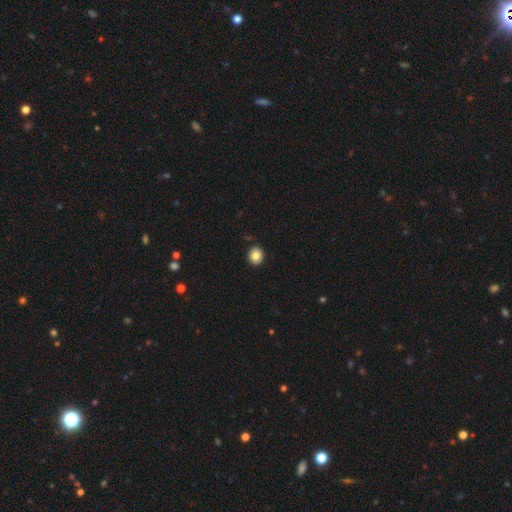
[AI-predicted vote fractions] smooth 83%, star or artifact 9%, featured or disk 8%. Down the decision tree: how rounded — round (82%); merging — none (91%).